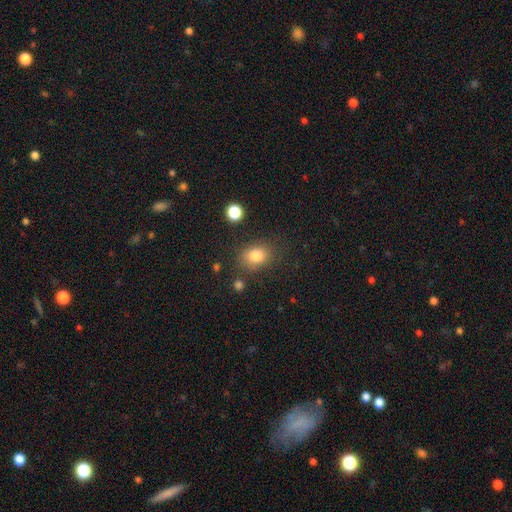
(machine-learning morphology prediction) A smooth galaxy with no disk features (81%) that is in between round and cigar-shaped (58%). Merging: none (76%).